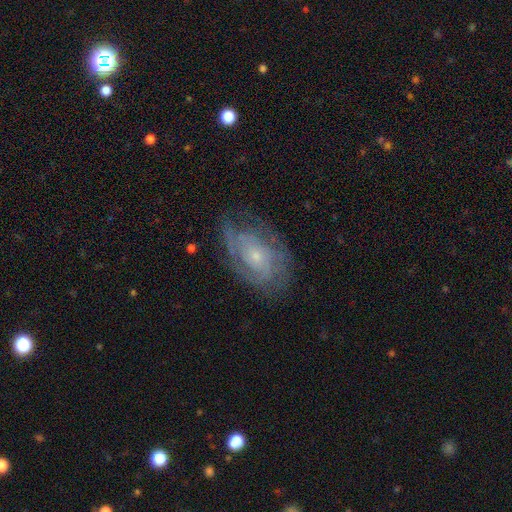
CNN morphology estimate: smooth-or-featured: featured or disk: 77% | smooth: 16% | star or artifact: 7%
  disk-edge-on: no: 96% | yes: 4%
    bar: no: 77% | weak: 20% | strong: 3%
    has-spiral-arms: yes: 86% | no: 14%
      spiral-winding: tight: 56% | medium: 33% | loose: 11%
      spiral-arm-count: can't tell: 43% | 2: 31% | 3: 12% | 4: 5% | 1: 5% | more than 4: 4%
    bulge-size: small: 72% | moderate: 23% | none: 3% | large: 2% | dominant: 1%
  merging: none: 66% | minor disturbance: 22% | major disturbance: 11% | merger: 1%